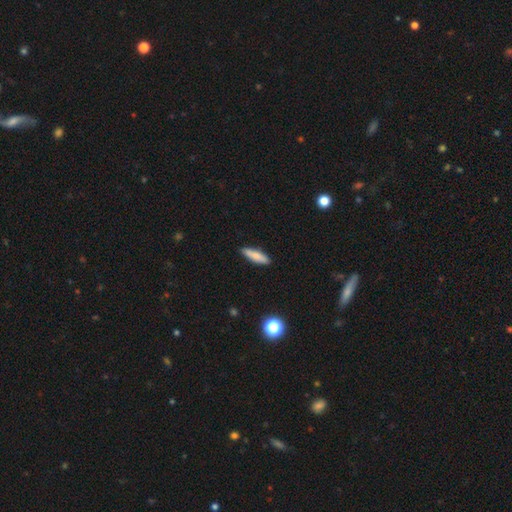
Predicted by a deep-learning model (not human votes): Q: Smooth or featured?
A: smooth (79%); runner-up: featured or disk (14%)
Q: How rounded?
A: cigar-shaped (70%); runner-up: in between (28%)
Q: Merging?
A: none (87%); runner-up: minor disturbance (9%)